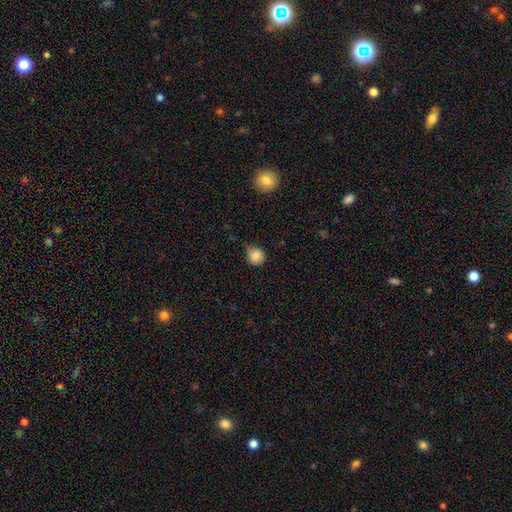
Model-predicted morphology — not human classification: Smooth or featured? Predicted: smooth (p=0.83). How rounded? Predicted: round (p=0.82). Merging? Predicted: none (p=0.63).